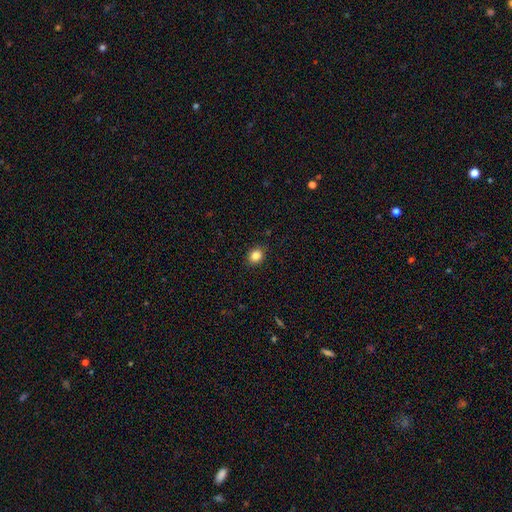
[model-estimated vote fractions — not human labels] Smooth or featured?
  - smooth: 84% *
  - star or artifact: 10%
  - featured or disk: 5%
How rounded?
  - round: 54% *
  - in between: 45%
  - cigar-shaped: 1%
Merging?
  - none: 89% *
  - minor disturbance: 8%
  - major disturbance: 2%
  - merger: 1%